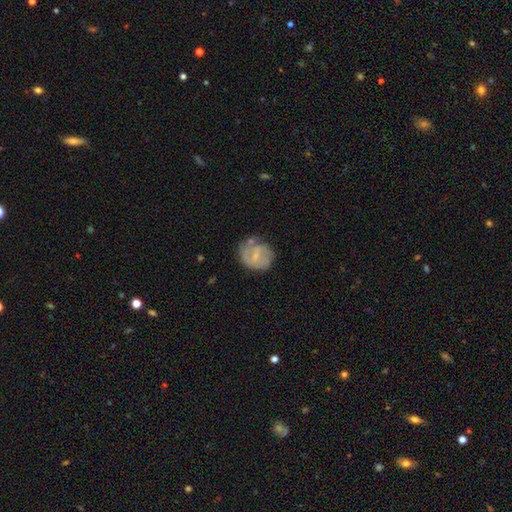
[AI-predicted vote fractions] Overall: featured or disk (52%; smooth 41%). Edge-on disk: no (97%). Bar: weak (48%; no 40%). Spiral arms: yes (69%; no 31%). Bulge size: small (65%). Merging: none (55%; minor disturbance 26%).